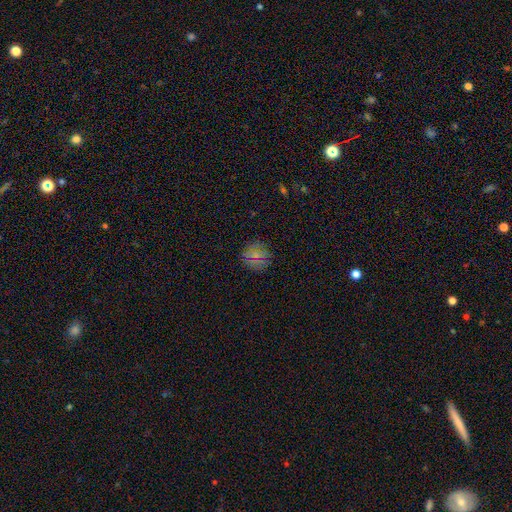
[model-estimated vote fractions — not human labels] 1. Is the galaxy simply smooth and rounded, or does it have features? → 70% smooth, 21% star or artifact, 8% featured or disk.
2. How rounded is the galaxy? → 89% round, 10% in between, 1% cigar-shaped.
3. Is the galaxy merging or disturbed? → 86% none, 10% minor disturbance, 3% major disturbance, 1% merger.